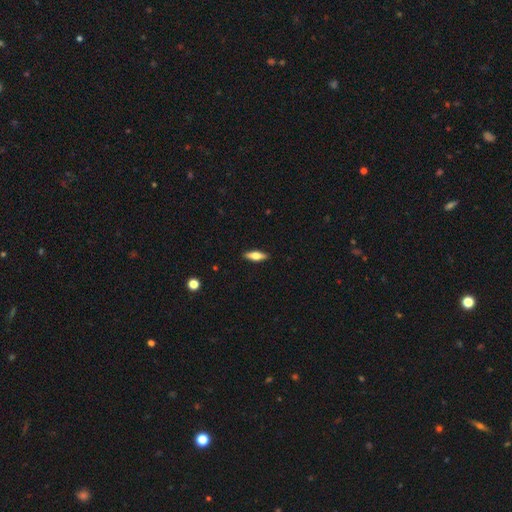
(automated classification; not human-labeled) Smooth or featured: smooth — 59% (featured or disk — 35%)
How rounded: in between — 55% (cigar-shaped — 43%)
Merging: none — 90% (minor disturbance — 8%)